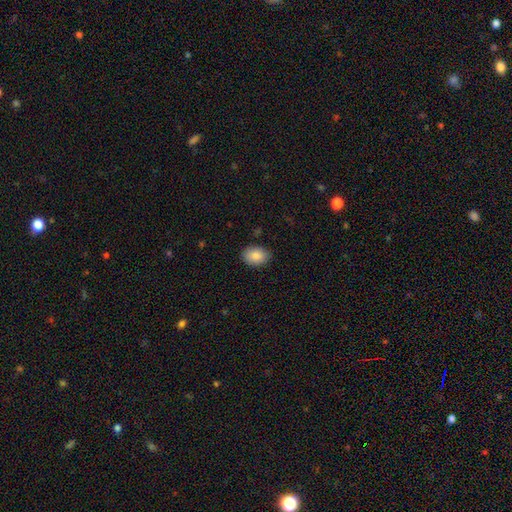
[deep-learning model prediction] This is clearly a smooth galaxy (87%). How rounded: clearly in between (80%). Merging: clearly none (87%).